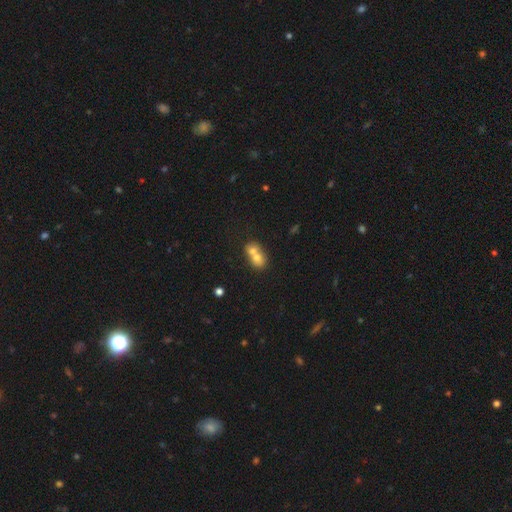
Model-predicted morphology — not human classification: smooth-or-featured: smooth: 66% | featured or disk: 23% | star or artifact: 10%
  how-rounded: in between: 50% | round: 48% | cigar-shaped: 1%
  merging: merger: 71% | none: 21% | minor disturbance: 6% | major disturbance: 3%